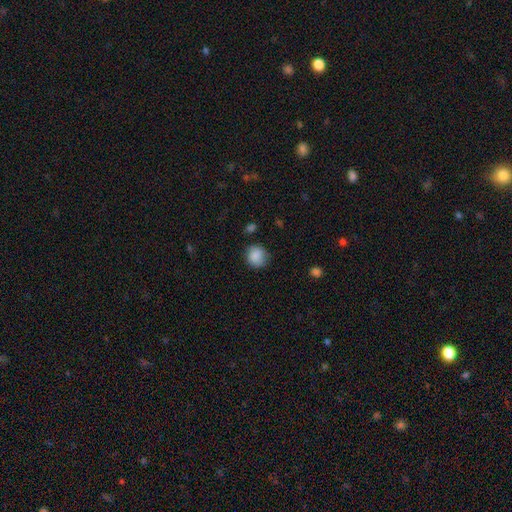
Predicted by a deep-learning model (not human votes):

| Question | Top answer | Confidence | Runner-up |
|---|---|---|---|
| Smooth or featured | smooth | 88% | star or artifact (8%) |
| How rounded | round | 86% | in between (13%) |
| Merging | none | 80% | minor disturbance (15%) |